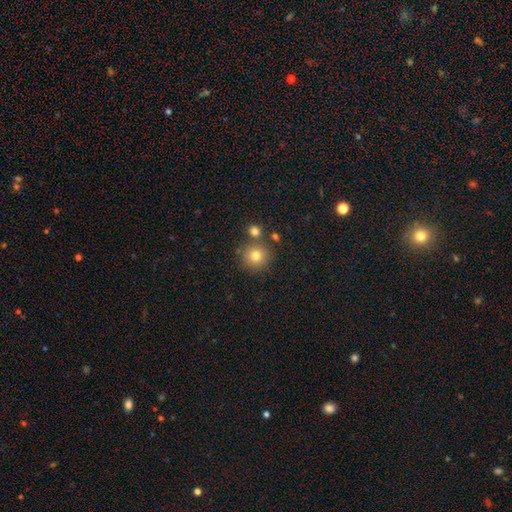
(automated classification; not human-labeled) The model was most divided on "smooth or featured": smooth: 78%, star or artifact: 13%, featured or disk: 9%. More confident: how rounded — round (94%); merging — none (78%).